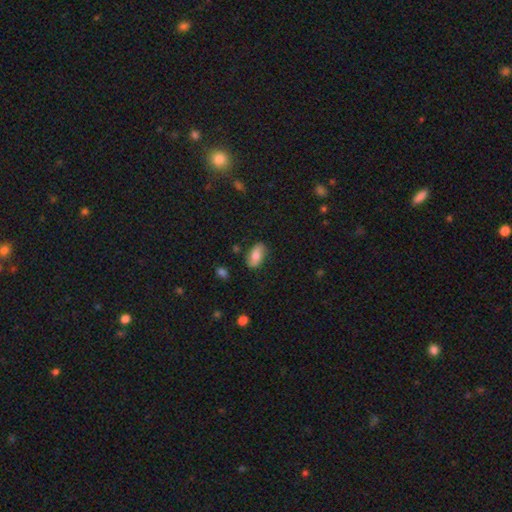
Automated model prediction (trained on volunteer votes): This is likely a smooth galaxy (77%). How rounded: clearly in between (92%). Merging: likely none (80%).